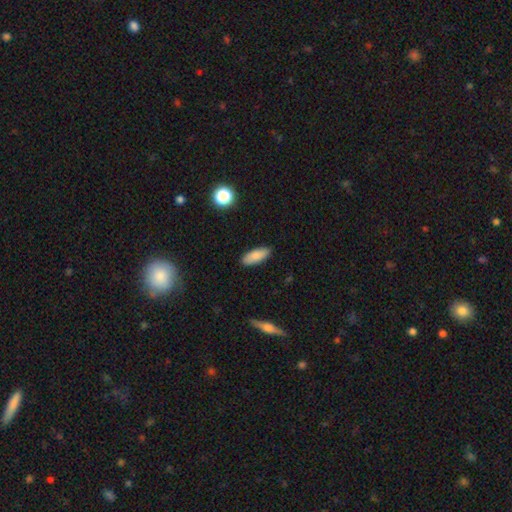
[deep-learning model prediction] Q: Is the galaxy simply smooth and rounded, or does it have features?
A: smooth — 84%.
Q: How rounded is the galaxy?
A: in between — 74%.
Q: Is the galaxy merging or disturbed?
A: none — 88%.